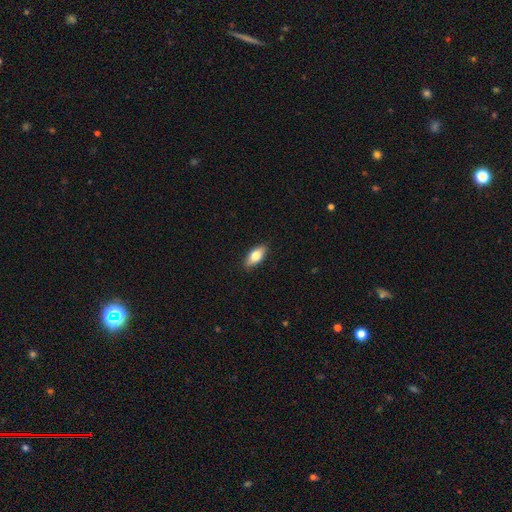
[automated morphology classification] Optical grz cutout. It shows a smooth galaxy with no disk features (73%) that is in between round and cigar-shaped (83%). Merging: none (88%).